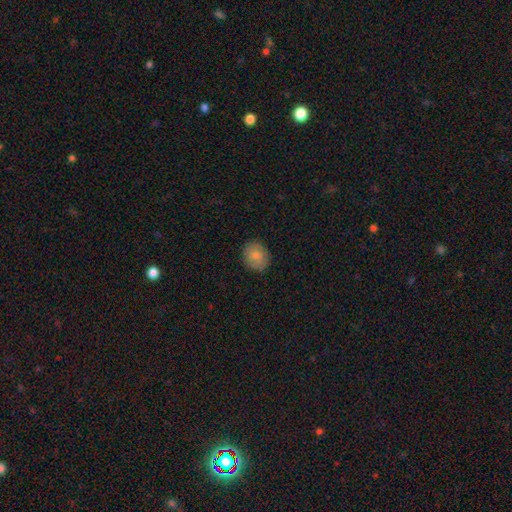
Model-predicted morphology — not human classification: smooth_or_featured: smooth (p=0.83) [alt: featured or disk p=0.09]
how_rounded: round (p=0.64) [alt: in between p=0.35]
merging: none (p=0.86) [alt: minor disturbance p=0.10]